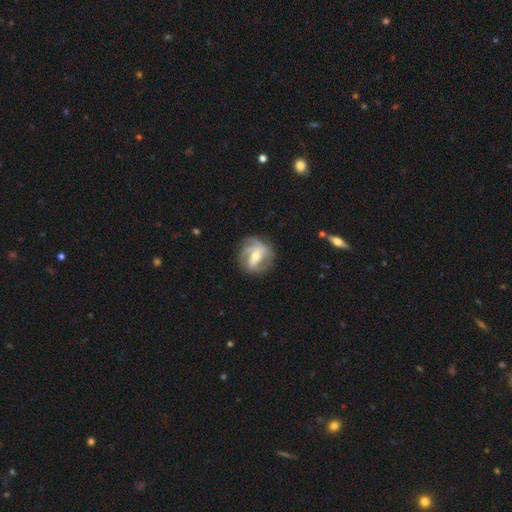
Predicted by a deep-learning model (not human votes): Smooth or featured? Predicted: featured or disk (p=0.81). Edge-on disk? Predicted: no (p=0.96). Bar? Predicted: strong (p=0.40). Spiral arms? Predicted: yes (p=0.91). Spiral winding? Predicted: medium (p=0.41). Spiral arm count? Predicted: 3 (p=0.34). Bulge size? Predicted: moderate (p=0.57). Merging? Predicted: none (p=0.71).